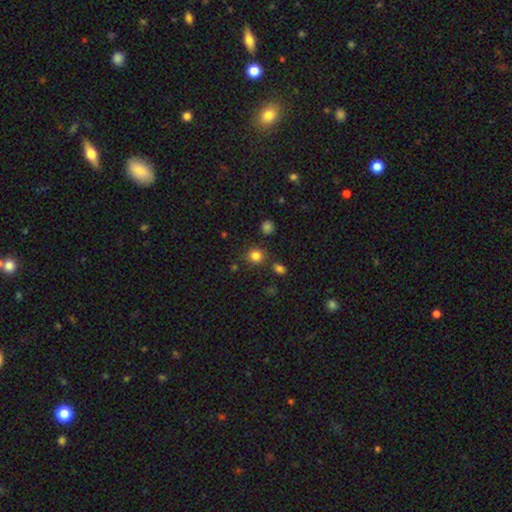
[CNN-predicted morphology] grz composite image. It shows a smooth galaxy with no disk features (82%) that is round (87%). Merging: none (82%).